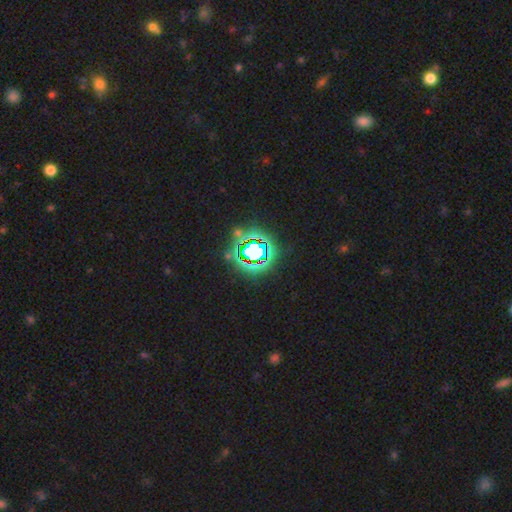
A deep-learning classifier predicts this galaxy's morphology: The model was most divided on "smooth or featured": star or artifact: 81%, smooth: 12%, featured or disk: 7%.